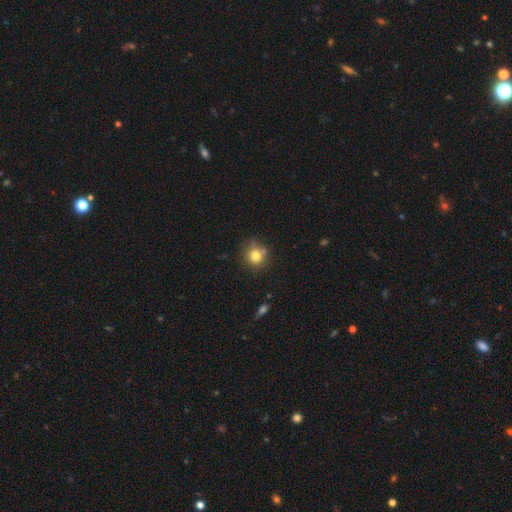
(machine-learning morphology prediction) A smooth galaxy with no disk features (79%) that is round (86%). Merging: none (68%).